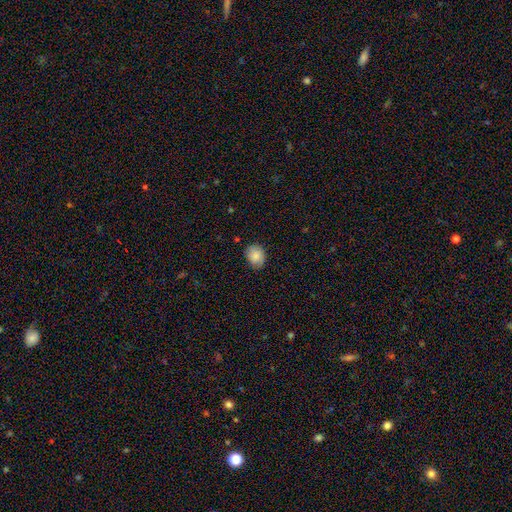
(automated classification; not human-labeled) Smooth or featured? smooth (85%)
How rounded? round (50%)
Merging? none (76%)